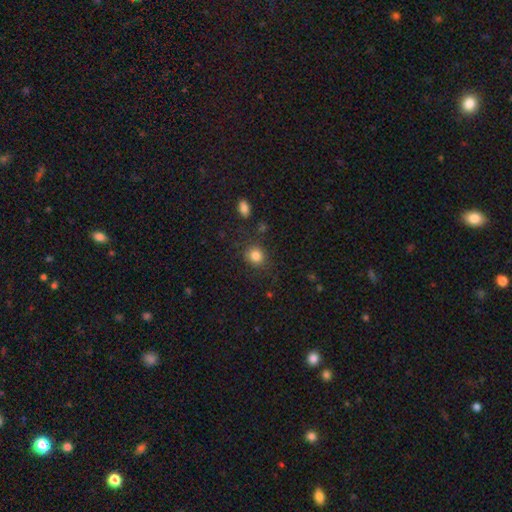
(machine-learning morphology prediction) The model was most divided on "how rounded": round: 76%, in between: 23%, cigar-shaped: 1%. More confident: smooth or featured — smooth (83%); merging — none (81%).